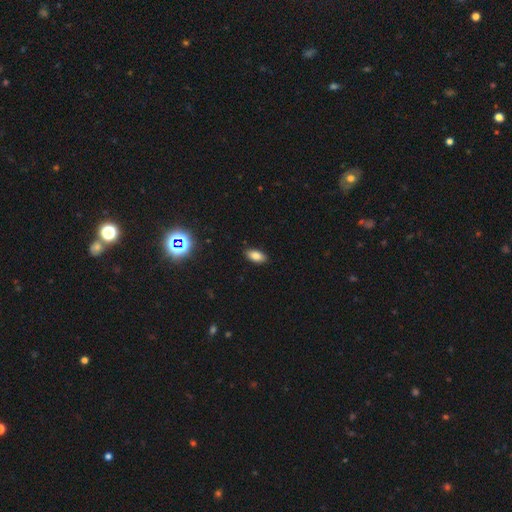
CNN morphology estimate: smooth_or_featured: smooth (p=0.81) [alt: star or artifact p=0.11]
how_rounded: in between (p=0.91) [alt: cigar-shaped p=0.06]
merging: none (p=0.88) [alt: minor disturbance p=0.09]